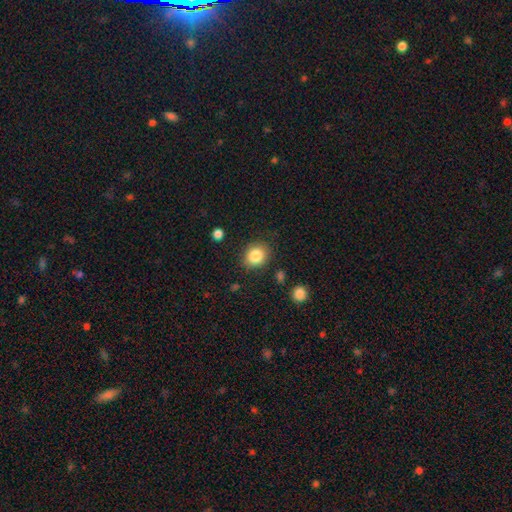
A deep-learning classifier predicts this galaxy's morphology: Smooth or featured?
  - smooth: 85% *
  - star or artifact: 9%
  - featured or disk: 6%
How rounded?
  - round: 65% *
  - in between: 35%
  - cigar-shaped: 1%
Merging?
  - none: 83% *
  - minor disturbance: 11%
  - major disturbance: 3%
  - merger: 2%